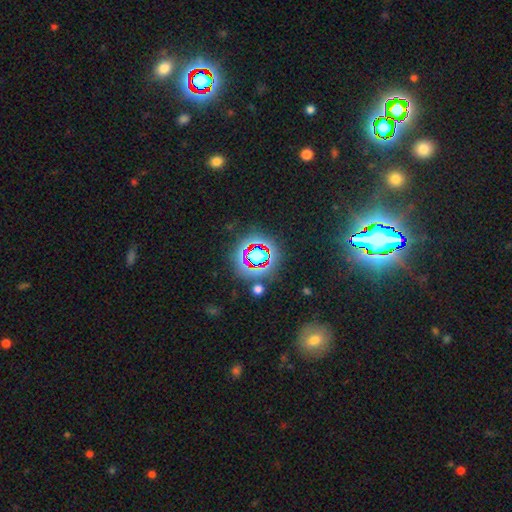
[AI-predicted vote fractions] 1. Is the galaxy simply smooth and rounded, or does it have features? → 66% star or artifact, 22% smooth, 11% featured or disk.